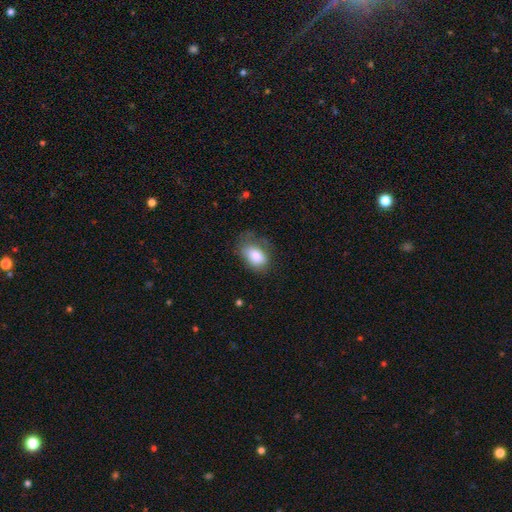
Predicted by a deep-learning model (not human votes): The model was most divided on "merging": none: 48%, minor disturbance: 31%, major disturbance: 19%, merger: 2%. More confident: how rounded — in between (88%); smooth or featured — smooth (80%).